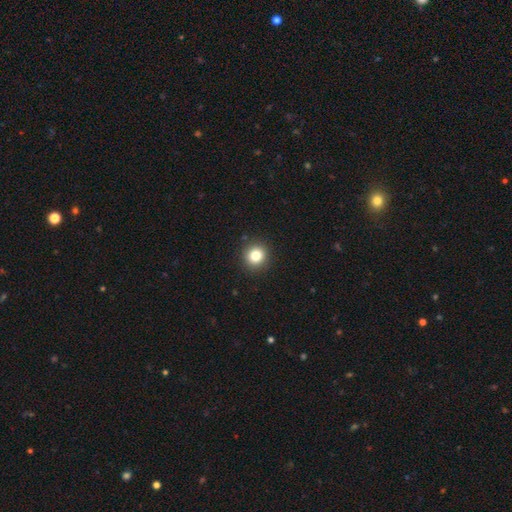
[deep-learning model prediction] The model was most divided on "smooth or featured": smooth: 82%, star or artifact: 12%, featured or disk: 7%. More confident: merging — none (91%); how rounded — round (91%).